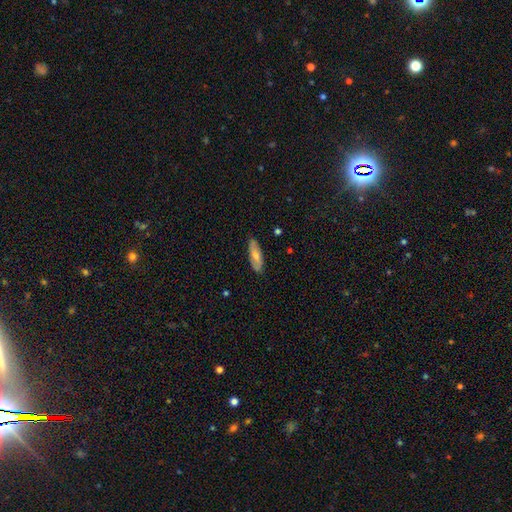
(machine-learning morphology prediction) This is likely a smooth galaxy (62%). How rounded: likely in between (61%). Merging: clearly none (83%).